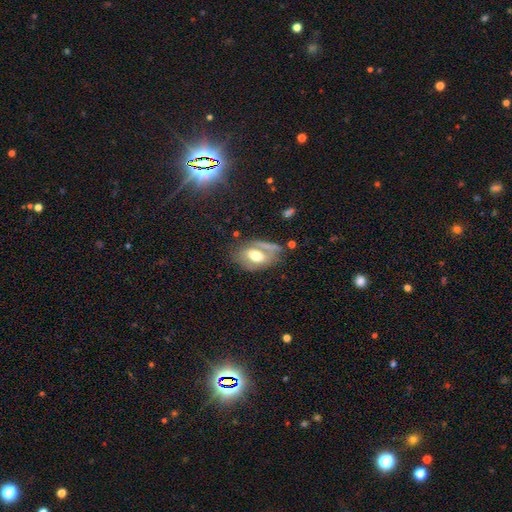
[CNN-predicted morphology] This is possibly a featured or disk galaxy (47%). Merging: possibly none (46%).